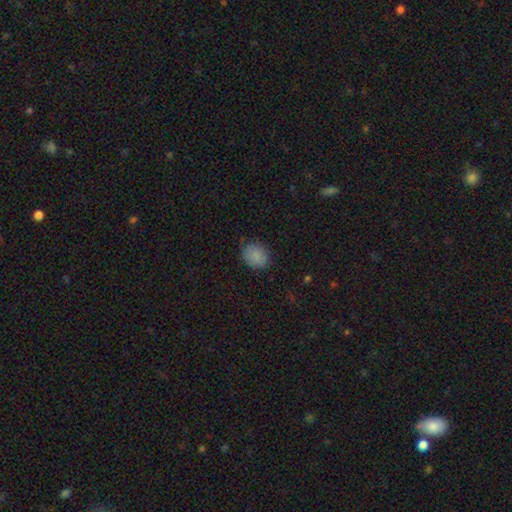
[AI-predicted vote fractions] This appears to be a smooth galaxy with no disk features (86%) that is in between round and cigar-shaped (56%). Merging: none (78%).